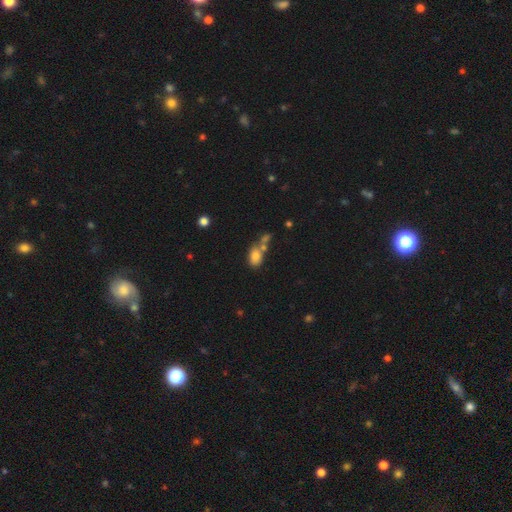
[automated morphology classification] This is likely a smooth galaxy (78%). How rounded: clearly in between (84%). Merging: marginally none (41%).